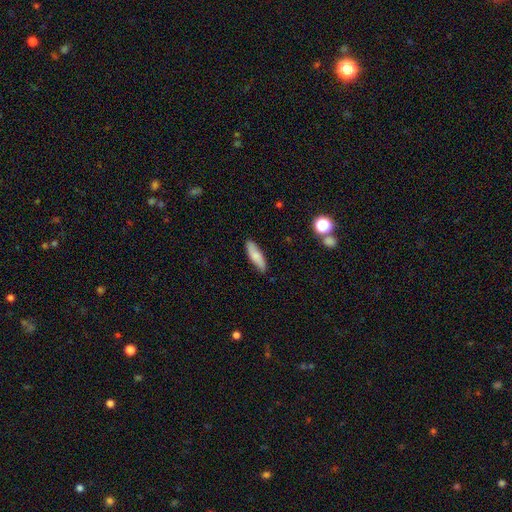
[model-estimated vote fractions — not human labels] This is likely a smooth galaxy (75%). How rounded: possibly cigar-shaped (60%). Merging: clearly none (84%).